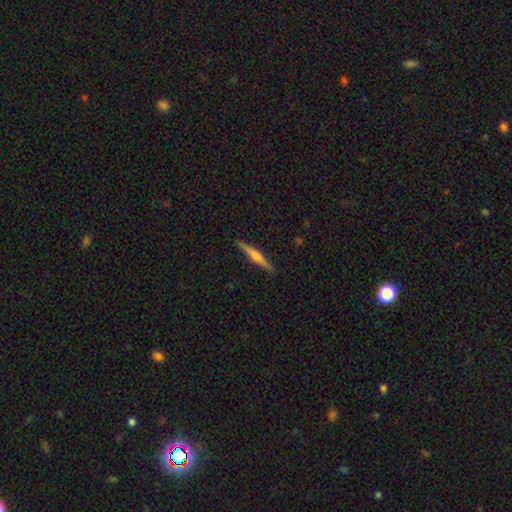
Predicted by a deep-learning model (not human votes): smooth_or_featured: featured or disk (p=0.62) [alt: smooth p=0.32]
disk_edge_on: yes (p=0.98) [alt: no p=0.02]
edge_on_bulge: rounded (p=0.79) [alt: none p=0.11]
merging: none (p=0.91) [alt: minor disturbance p=0.07]